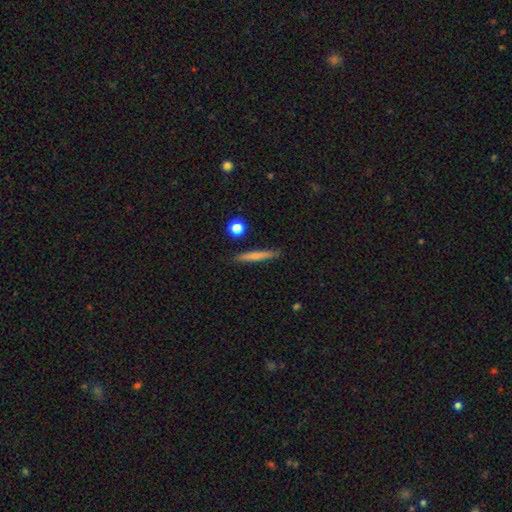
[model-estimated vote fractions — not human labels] The model was most divided on "smooth or featured": smooth: 69%, featured or disk: 25%, star or artifact: 7%. More confident: how rounded — cigar-shaped (95%); merging — none (88%).